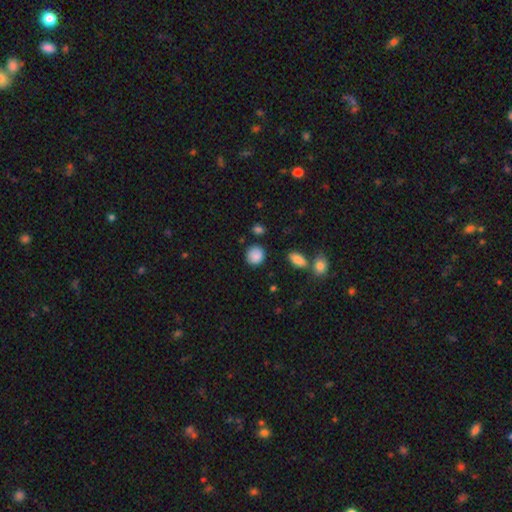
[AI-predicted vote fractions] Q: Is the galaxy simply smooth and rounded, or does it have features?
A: smooth — 87%.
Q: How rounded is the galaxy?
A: round — 80%.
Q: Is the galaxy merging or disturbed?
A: none — 81%.